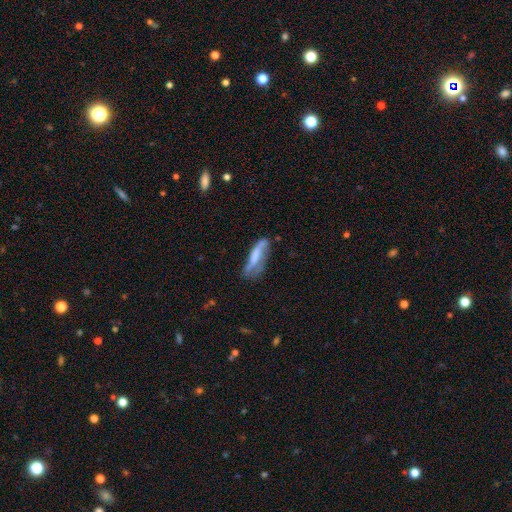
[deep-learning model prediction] Morphology: type=smooth (50%); roundness=cigar-shaped (59%); merging=none (44%).